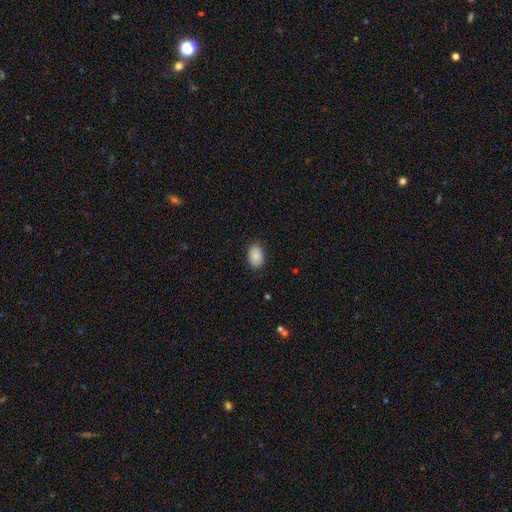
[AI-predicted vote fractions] Smooth or featured?
  - smooth: 88% *
  - star or artifact: 7%
  - featured or disk: 5%
How rounded?
  - in between: 87% *
  - round: 12%
  - cigar-shaped: 1%
Merging?
  - none: 88% *
  - minor disturbance: 9%
  - major disturbance: 2%
  - merger: 1%